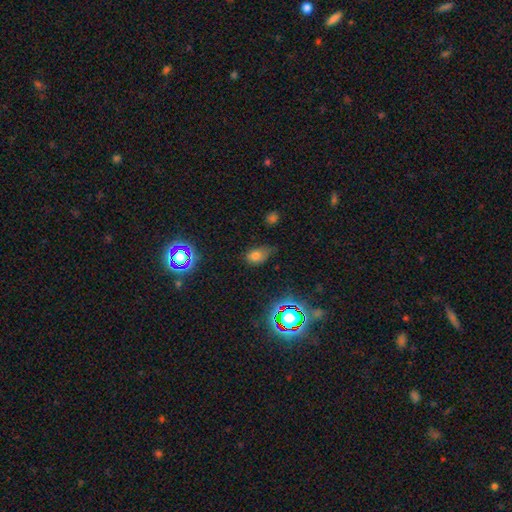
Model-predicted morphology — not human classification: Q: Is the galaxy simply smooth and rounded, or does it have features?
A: smooth — 68%.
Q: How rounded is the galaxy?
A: in between — 78%.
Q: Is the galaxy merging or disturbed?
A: none — 50%.